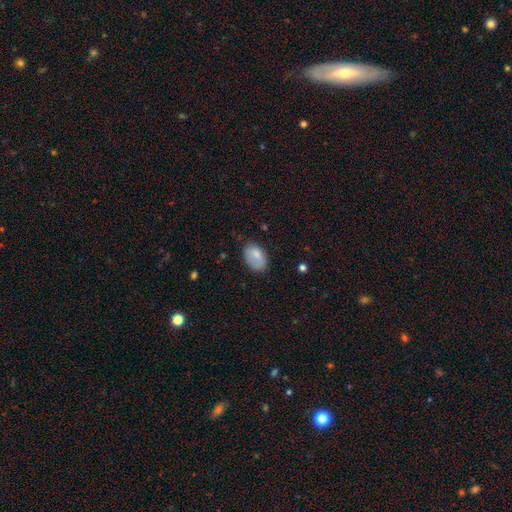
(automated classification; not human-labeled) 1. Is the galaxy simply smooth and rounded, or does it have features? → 79% smooth, 13% featured or disk, 7% star or artifact.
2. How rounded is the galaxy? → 88% in between, 10% round, 1% cigar-shaped.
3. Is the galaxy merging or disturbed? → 68% none, 24% minor disturbance, 7% major disturbance, 2% merger.